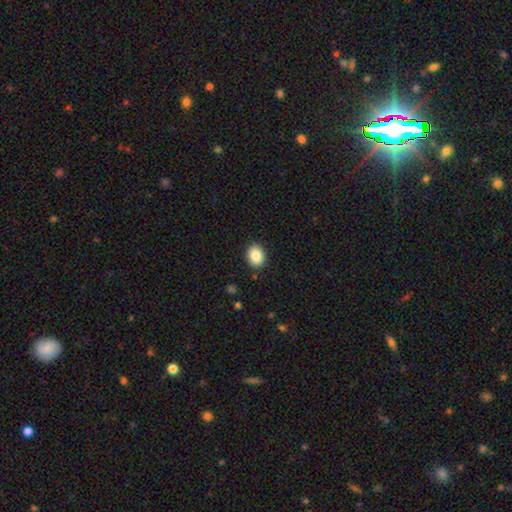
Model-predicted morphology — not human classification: This is clearly a smooth galaxy (86%). How rounded: possibly in between (56%). Merging: clearly none (89%).